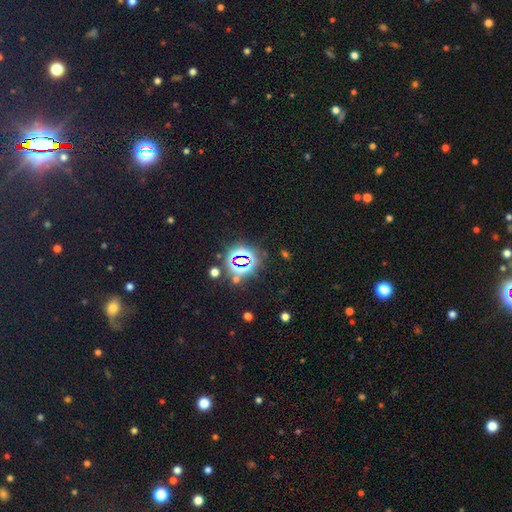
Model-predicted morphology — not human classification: This is likely a star or artifact rather than a galaxy (79%).